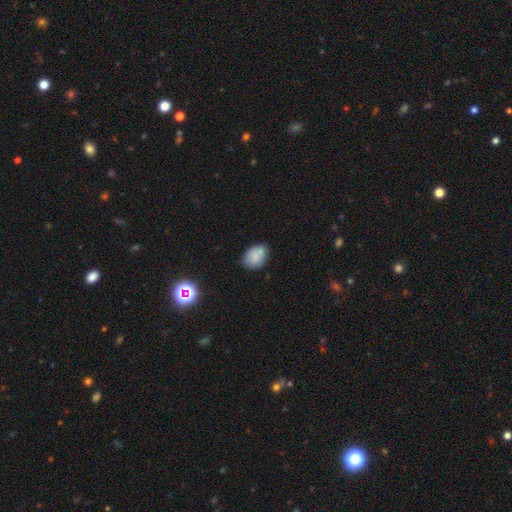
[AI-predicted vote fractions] Smooth or featured?
  - smooth: 76% *
  - featured or disk: 14%
  - star or artifact: 10%
How rounded?
  - in between: 77% *
  - round: 21%
  - cigar-shaped: 1%
Merging?
  - none: 62% *
  - minor disturbance: 26%
  - merger: 7%
  - major disturbance: 5%